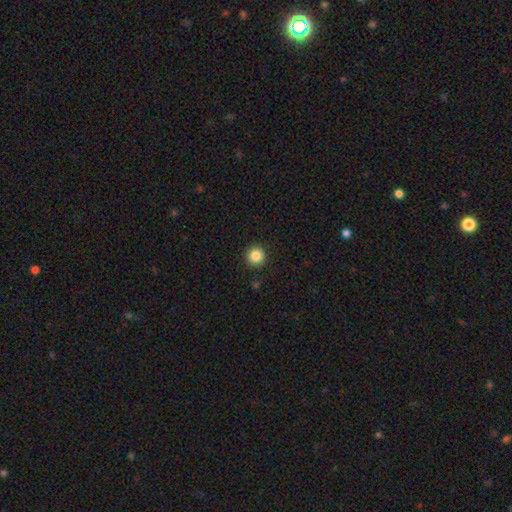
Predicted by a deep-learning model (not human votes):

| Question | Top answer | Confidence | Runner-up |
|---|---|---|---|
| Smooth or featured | smooth | 86% | star or artifact (10%) |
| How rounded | round | 95% | in between (4%) |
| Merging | none | 92% | minor disturbance (5%) |